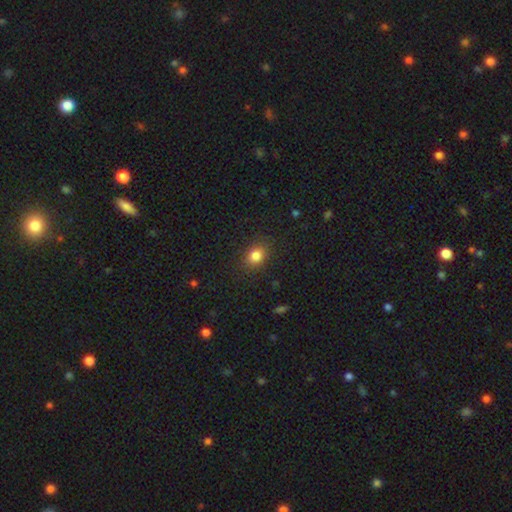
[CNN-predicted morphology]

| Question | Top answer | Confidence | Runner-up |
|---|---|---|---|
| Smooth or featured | smooth | 82% | star or artifact (12%) |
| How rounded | in between | 51% | round (48%) |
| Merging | none | 85% | minor disturbance (11%) |